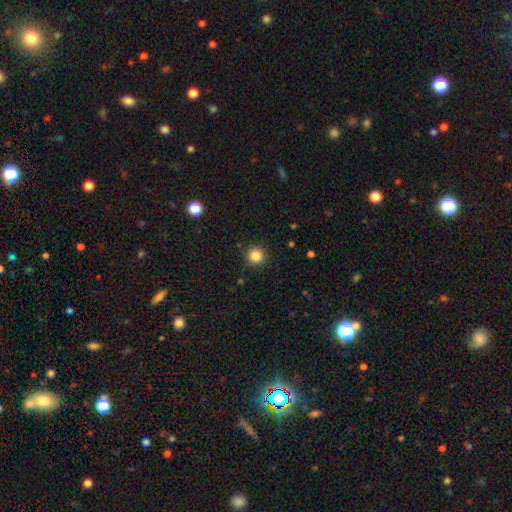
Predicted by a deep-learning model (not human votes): Morphology: type=smooth (84%); roundness=round (94%); merging=none (91%).